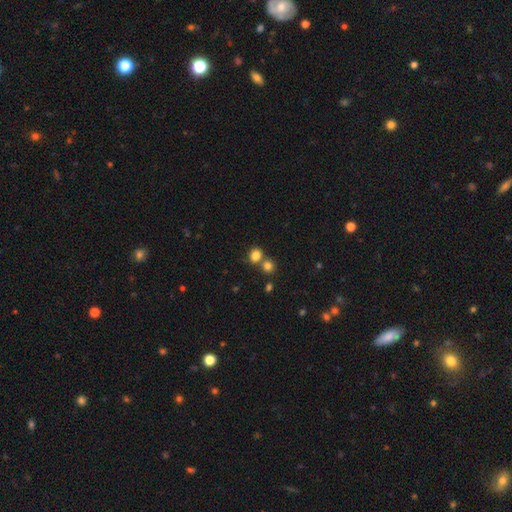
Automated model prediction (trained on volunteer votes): This is clearly a smooth galaxy (81%). How rounded: likely round (75%). Merging: possibly none (58%).